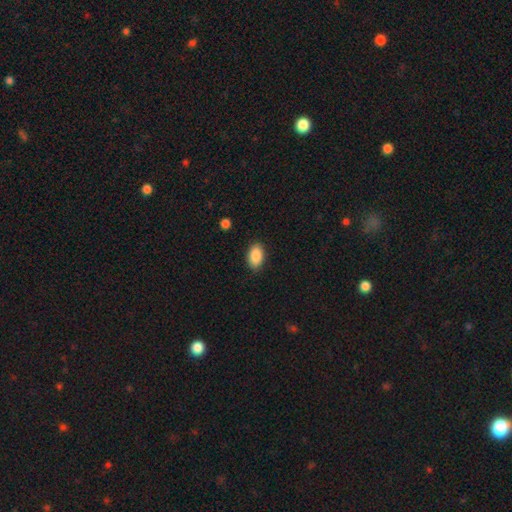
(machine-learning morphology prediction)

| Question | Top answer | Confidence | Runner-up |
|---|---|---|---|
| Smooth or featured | smooth | 89% | star or artifact (7%) |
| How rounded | in between | 92% | round (6%) |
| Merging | none | 88% | minor disturbance (9%) |